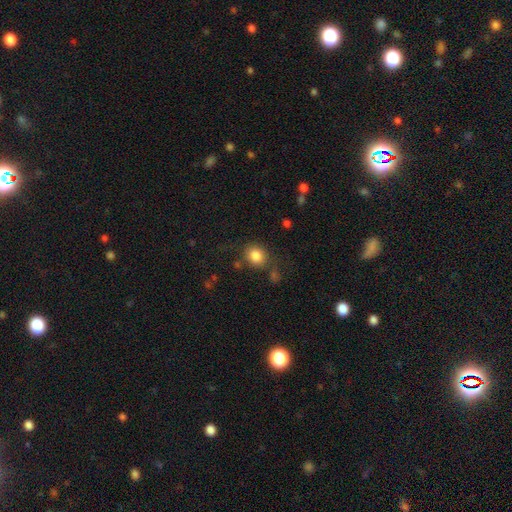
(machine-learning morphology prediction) A smooth galaxy with no disk features (84%) that is round (73%).

Vote fractions:
- Smooth or featured? smooth: 84% / star or artifact: 10% / featured or disk: 6%
- How rounded? round: 73% / in between: 26% / cigar-shaped: 1%
- Merging? none: 76% / minor disturbance: 13% / merger: 6% / major disturbance: 5%